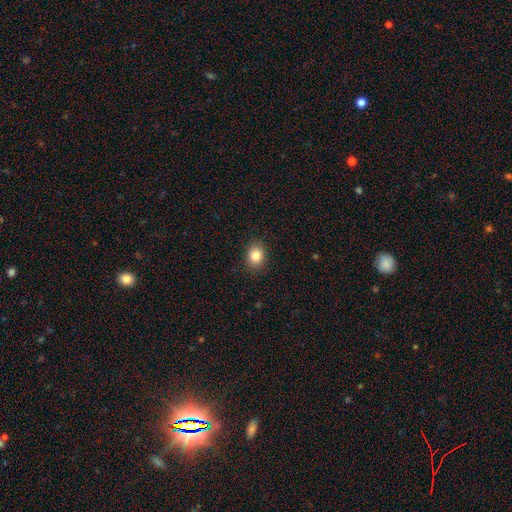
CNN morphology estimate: smooth_or_featured: smooth (p=0.83) [alt: star or artifact p=0.10]
how_rounded: in between (p=0.51) [alt: round p=0.48]
merging: none (p=0.89) [alt: minor disturbance p=0.08]